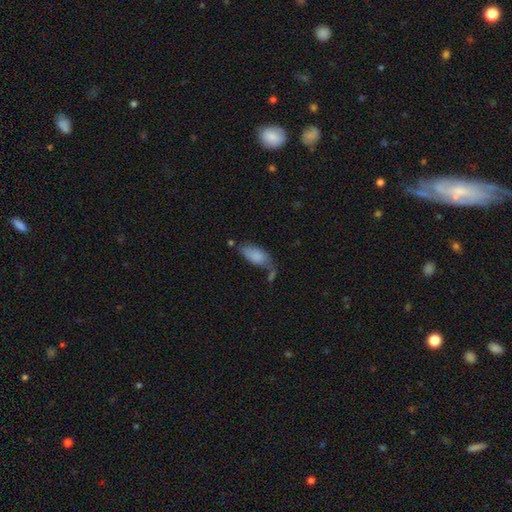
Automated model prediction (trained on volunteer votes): Smooth or featured? Predicted: smooth (p=0.83). How rounded? Predicted: in between (p=0.89). Merging? Predicted: none (p=0.42).